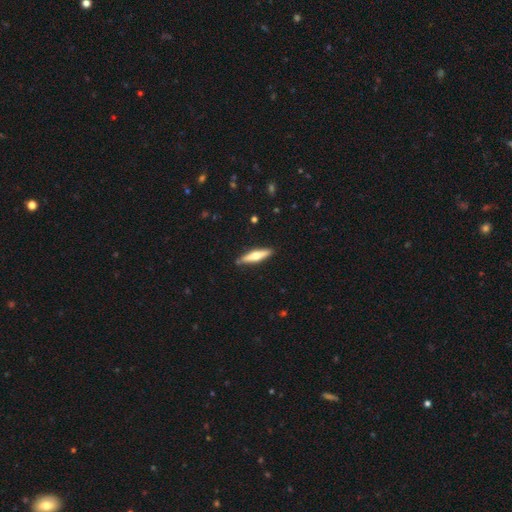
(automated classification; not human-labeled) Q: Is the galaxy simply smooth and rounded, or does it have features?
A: featured or disk — 49%.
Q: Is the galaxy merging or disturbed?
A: none — 87%.